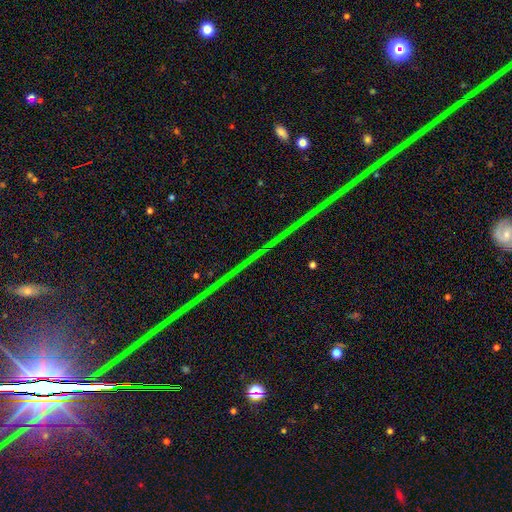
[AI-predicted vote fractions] The model was most divided on "smooth or featured": star or artifact: 88%, featured or disk: 7%, smooth: 5%.